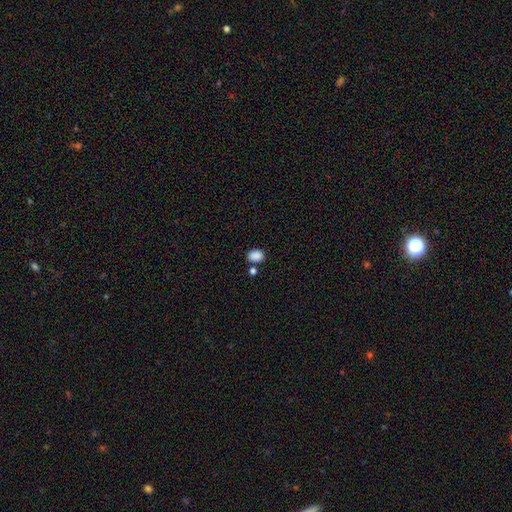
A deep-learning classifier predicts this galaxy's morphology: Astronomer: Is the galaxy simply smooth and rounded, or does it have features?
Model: smooth — 87%.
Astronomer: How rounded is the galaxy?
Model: in between — 68%.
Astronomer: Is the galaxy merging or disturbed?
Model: none — 74%.